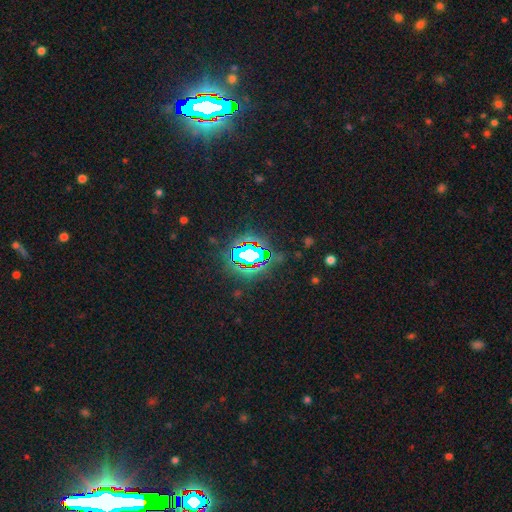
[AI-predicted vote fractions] This appears to be a star or artifact, not a galaxy (82%).